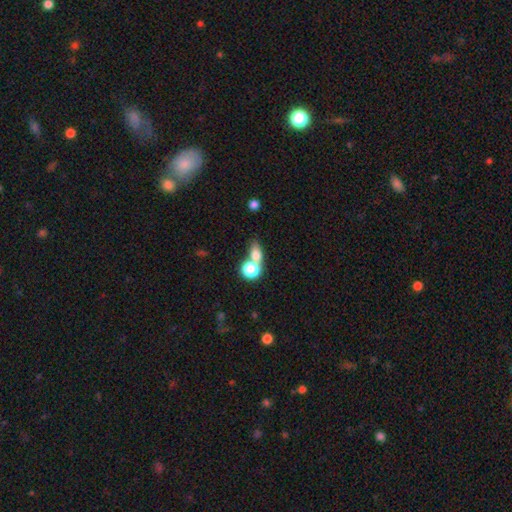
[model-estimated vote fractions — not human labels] This is likely a smooth galaxy (72%). How rounded: possibly in between (54%). Merging: marginally merger (45%).